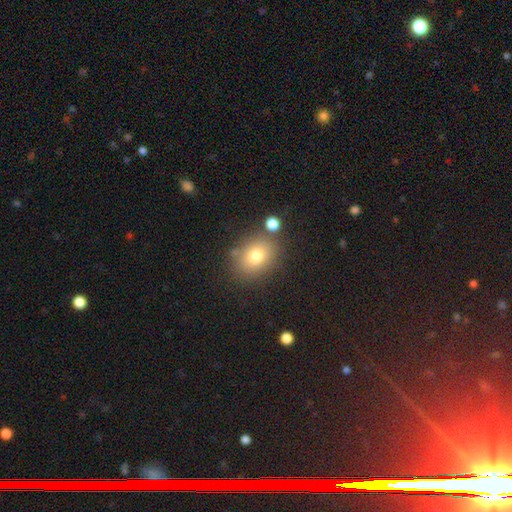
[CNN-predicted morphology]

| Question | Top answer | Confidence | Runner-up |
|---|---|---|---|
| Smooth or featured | smooth | 77% | star or artifact (12%) |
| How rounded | in between | 53% | round (46%) |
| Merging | none | 76% | minor disturbance (12%) |